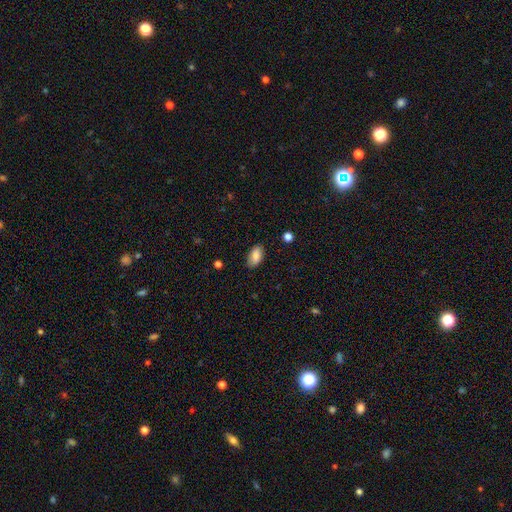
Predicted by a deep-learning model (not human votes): Smooth or featured: smooth — 85% (featured or disk — 7%)
How rounded: in between — 93% (cigar-shaped — 4%)
Merging: none — 83% (minor disturbance — 14%)